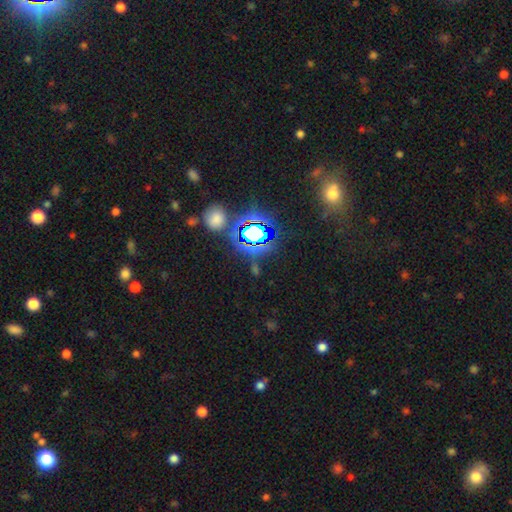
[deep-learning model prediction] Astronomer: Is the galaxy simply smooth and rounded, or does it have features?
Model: star or artifact — 76%.